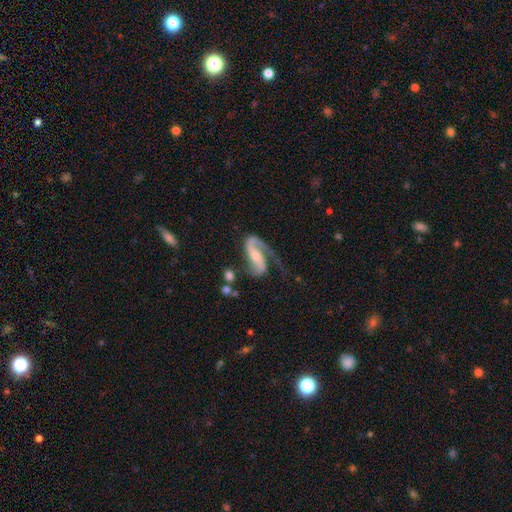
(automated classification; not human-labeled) smooth_or_featured: featured or disk (p=0.86) [alt: smooth p=0.09]
disk_edge_on: no (p=0.96) [alt: yes p=0.04]
bar: weak (p=0.34) [alt: strong p=0.33]
has_spiral_arms: yes (p=0.96) [alt: no p=0.04]
spiral_winding: loose (p=0.45) [alt: medium p=0.41]
spiral_arm_count: 2 (p=0.66) [alt: 1 p=0.29]
bulge_size: small (p=0.46) [alt: moderate p=0.42]
merging: none (p=0.41) [alt: major disturbance p=0.33]